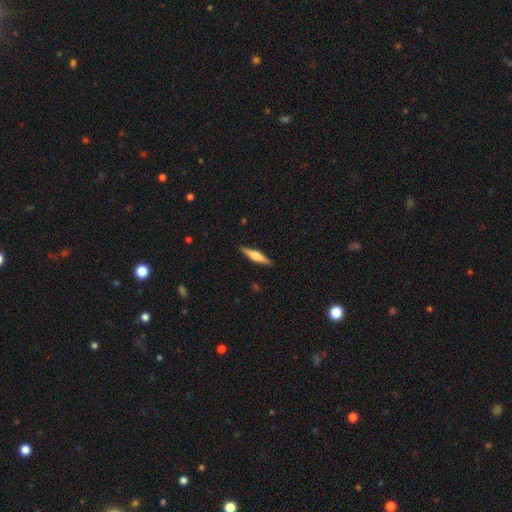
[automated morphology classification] type=smooth (48%); merging=none (90%).